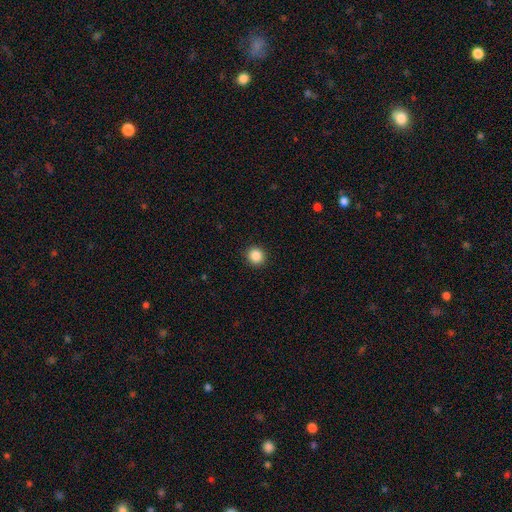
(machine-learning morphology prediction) This appears to be a smooth galaxy with no disk features (87%) that is round (89%). Merging: none (92%).